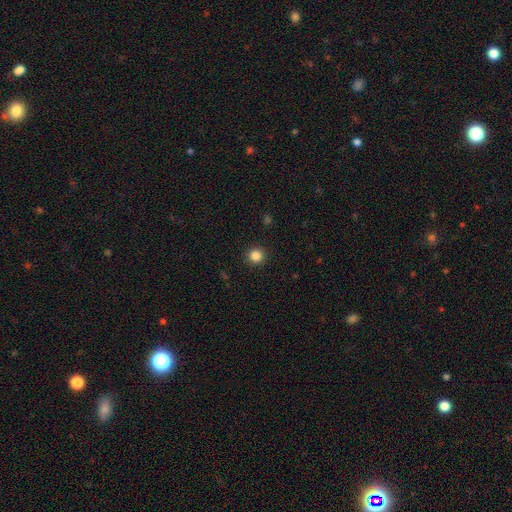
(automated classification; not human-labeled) Q: Smooth or featured?
A: smooth (85%); runner-up: star or artifact (12%)
Q: How rounded?
A: round (94%); runner-up: in between (5%)
Q: Merging?
A: none (92%); runner-up: minor disturbance (5%)